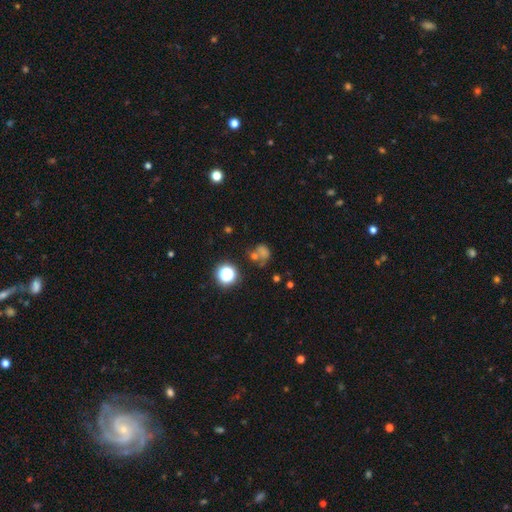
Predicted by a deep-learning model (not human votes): smooth 43%, star or artifact 39%, featured or disk 19%. Down the decision tree: merging — none (44%).